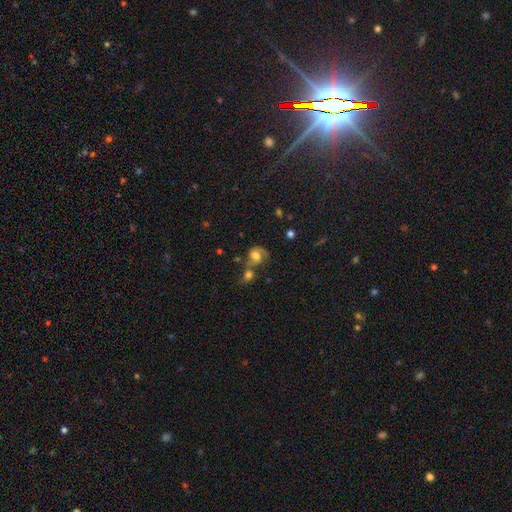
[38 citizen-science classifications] Smooth or featured?
  - featured or disk: 76% *
  - smooth: 24%
  - star or artifact: 0%
Edge-on disk?
  - no: 97% *
  - yes: 3%
Bar?
  - no: 57% *
  - weak: 39%
  - strong: 4%
Spiral arms?
  - yes: 100% *
  - no: 0%
Spiral winding?
  - tight: 46% *
  - medium: 43%
  - loose: 11%
Spiral arm count?
  - 2: 79% *
  - 1: 14%
  - 3: 4%
  - can't tell: 4%
  - 4: 0%
  - more than 4: 0%
Bulge size?
  - large: 50% *
  - moderate: 29%
  - small: 14%
  - dominant: 7%
  - none: 0%
Merging?
  - merger: 53% *
  - none: 26%
  - minor disturbance: 13%
  - major disturbance: 8%